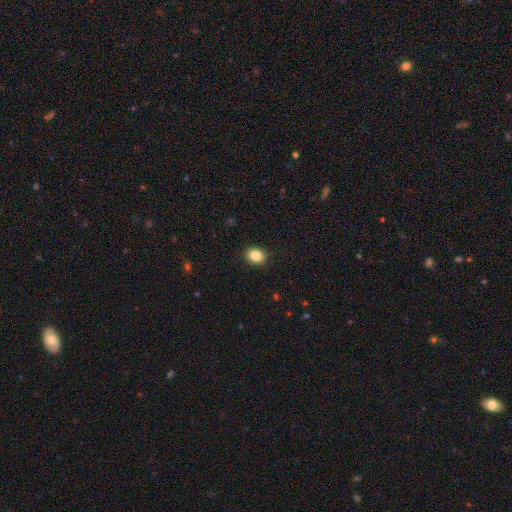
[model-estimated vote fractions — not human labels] smooth-or-featured: smooth: 85% | star or artifact: 9% | featured or disk: 5%
  how-rounded: in between: 52% | round: 47% | cigar-shaped: 1%
  merging: none: 91% | minor disturbance: 7% | major disturbance: 2% | merger: 1%